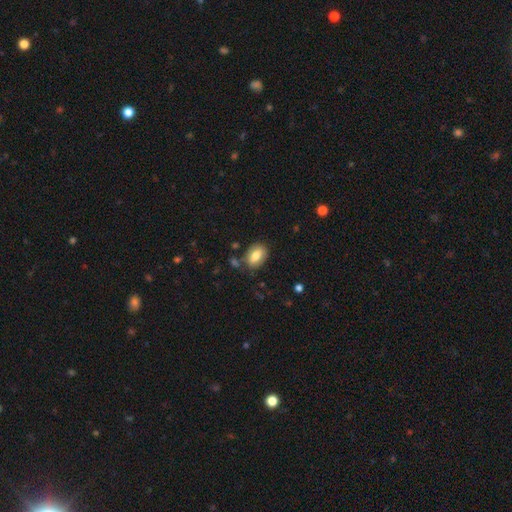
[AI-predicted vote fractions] Smooth or featured? Predicted: smooth (p=0.78). How rounded? Predicted: in between (p=0.84). Merging? Predicted: none (p=0.77).